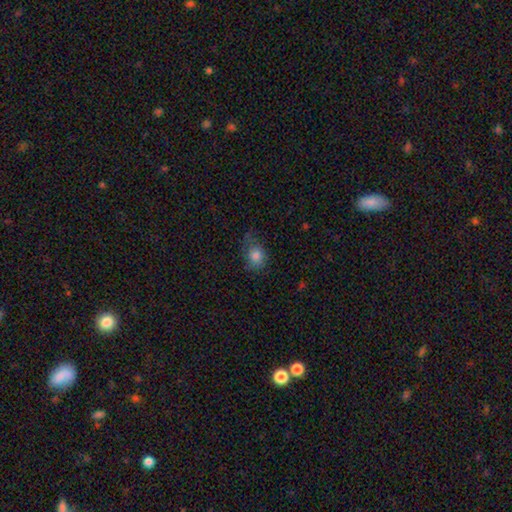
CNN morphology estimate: smooth 82%, star or artifact 11%, featured or disk 7%. Down the decision tree: how rounded — round (52%); merging — none (54%).